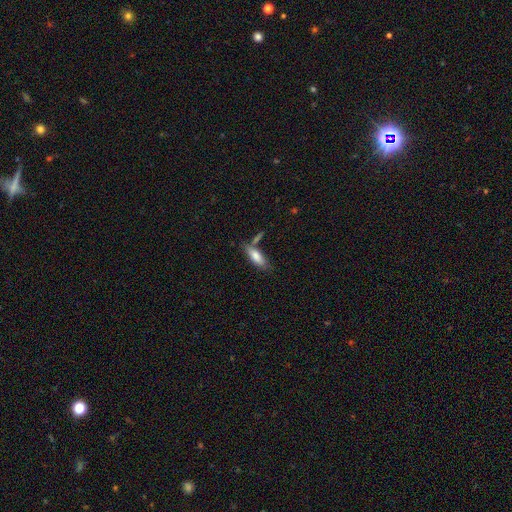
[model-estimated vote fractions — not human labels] This is likely a smooth galaxy (76%). How rounded: possibly in between (60%). Merging: possibly none (59%).